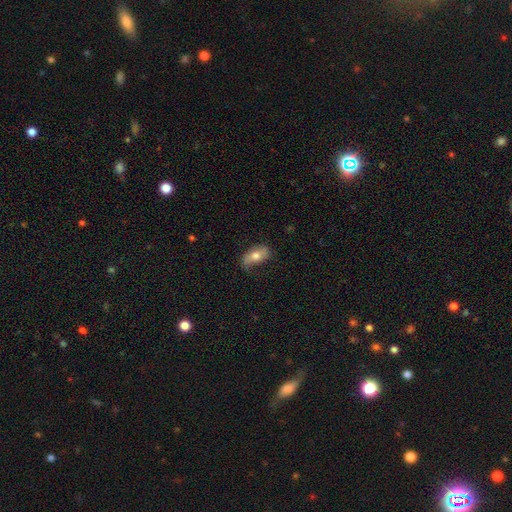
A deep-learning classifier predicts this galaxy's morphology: Overall: smooth (61%; featured or disk 32%). How rounded: in between (86%). Merging: none (62%; minor disturbance 28%).